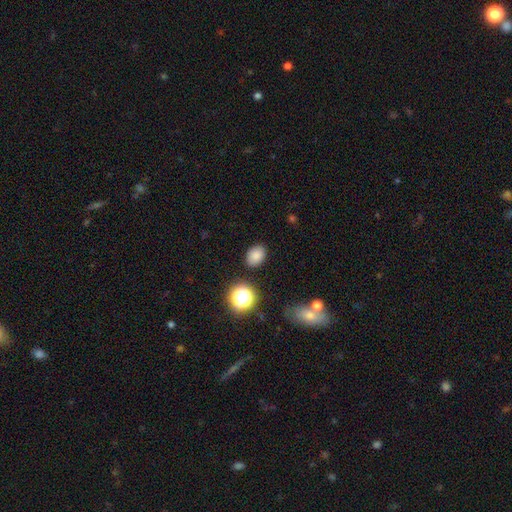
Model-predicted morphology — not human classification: Smooth or featured?
  - smooth: 82% *
  - star or artifact: 13%
  - featured or disk: 5%
How rounded?
  - in between: 70% *
  - round: 29%
  - cigar-shaped: 1%
Merging?
  - none: 85% *
  - minor disturbance: 10%
  - major disturbance: 3%
  - merger: 2%